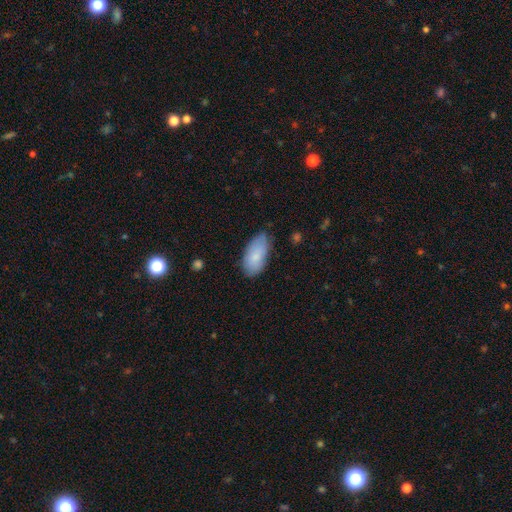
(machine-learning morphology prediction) The model was most divided on "merging": none: 71%, minor disturbance: 24%, major disturbance: 4%, merger: 1%. More confident: how rounded — in between (93%); smooth or featured — smooth (83%).